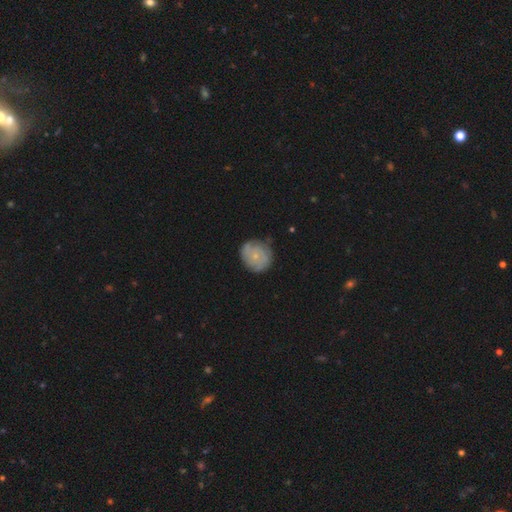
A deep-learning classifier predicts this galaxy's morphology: Smooth or featured? featured or disk (50%)
Edge-on disk? no (98%)
Merging? none (69%)